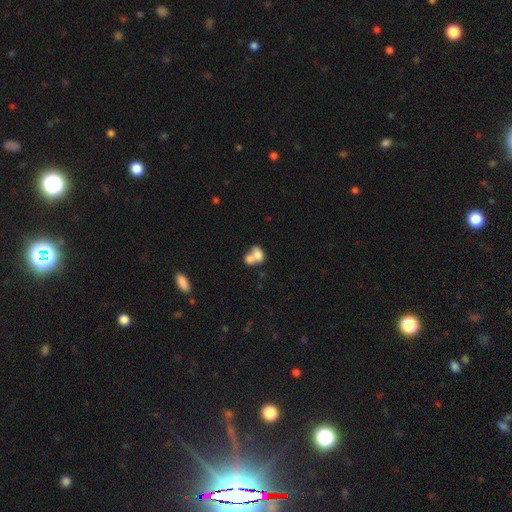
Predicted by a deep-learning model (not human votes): Morphology: type=smooth (72%); roundness=in between (73%); merging=merger (70%).